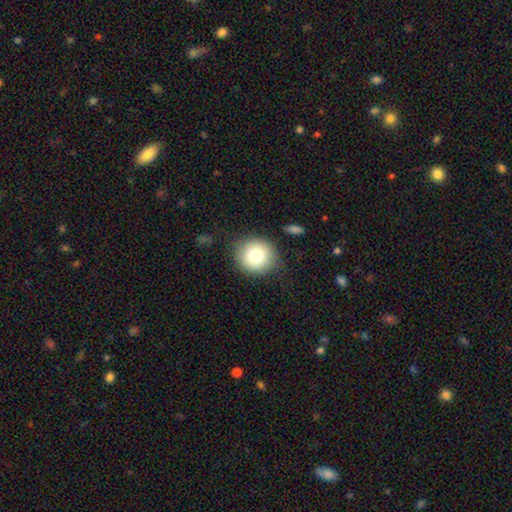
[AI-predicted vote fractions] Morphology: type=smooth (78%); roundness=round (89%); merging=none (83%).